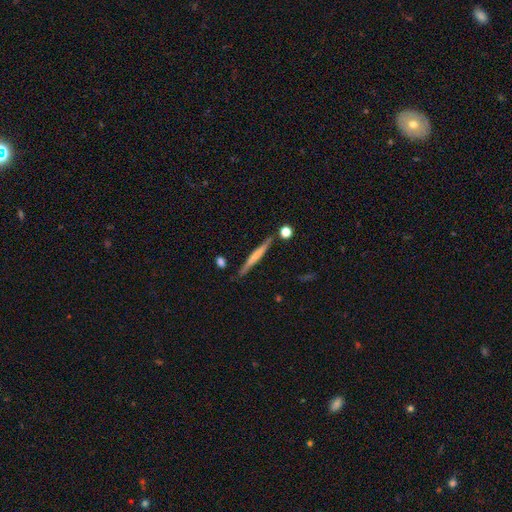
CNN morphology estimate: This is possibly a smooth galaxy (49%). Merging: clearly none (83%).